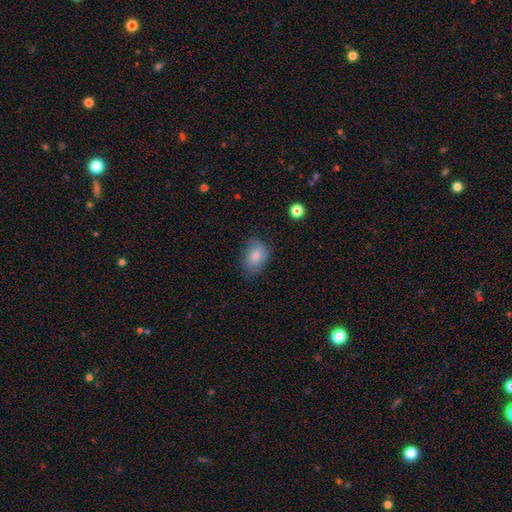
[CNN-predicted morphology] Smooth or featured? smooth (81%)
How rounded? in between (71%)
Merging? none (74%)